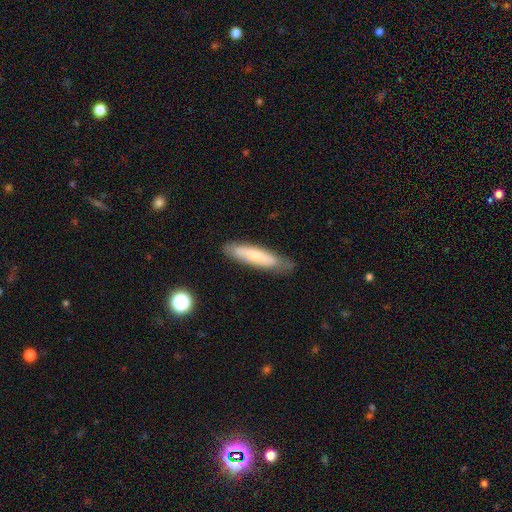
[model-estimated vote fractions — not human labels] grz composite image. It shows a smooth galaxy with no disk features (64%) that is cigar-shaped (79%). Merging: none (76%).